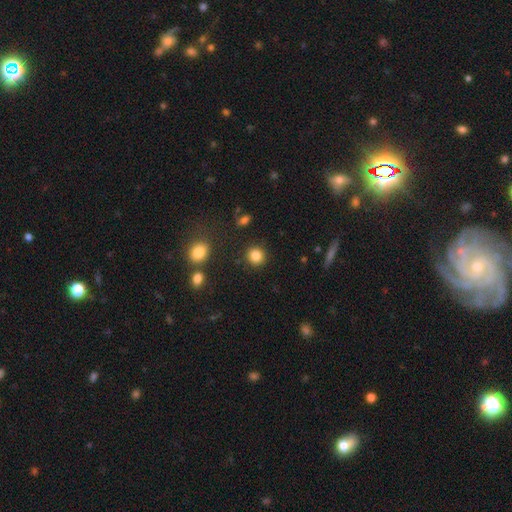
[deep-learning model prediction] smooth-or-featured: smooth: 85% | star or artifact: 10% | featured or disk: 5%
  how-rounded: round: 89% | in between: 10% | cigar-shaped: 1%
  merging: none: 89% | minor disturbance: 6% | major disturbance: 2% | merger: 2%